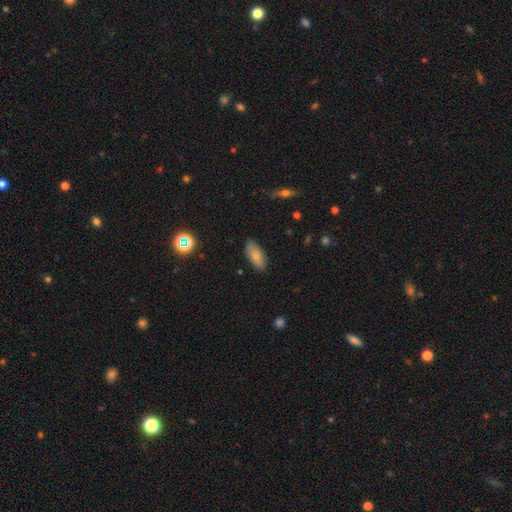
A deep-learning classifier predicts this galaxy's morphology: Q: Smooth or featured?
A: smooth (82%); runner-up: featured or disk (10%)
Q: How rounded?
A: in between (88%); runner-up: cigar-shaped (10%)
Q: Merging?
A: none (85%); runner-up: minor disturbance (11%)